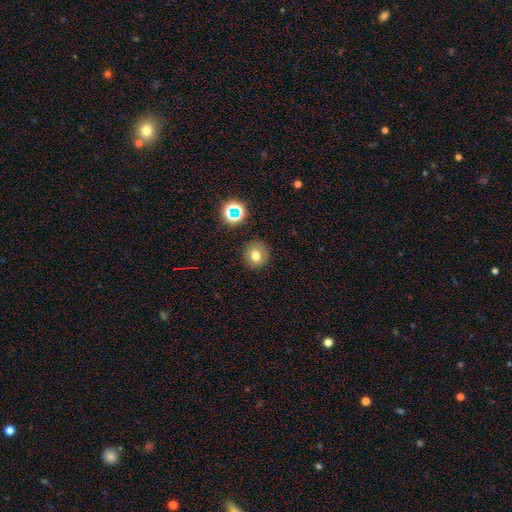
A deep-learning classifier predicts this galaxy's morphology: smooth 74%, star or artifact 16%, featured or disk 10%. Down the decision tree: how rounded — round (89%); merging — none (88%).